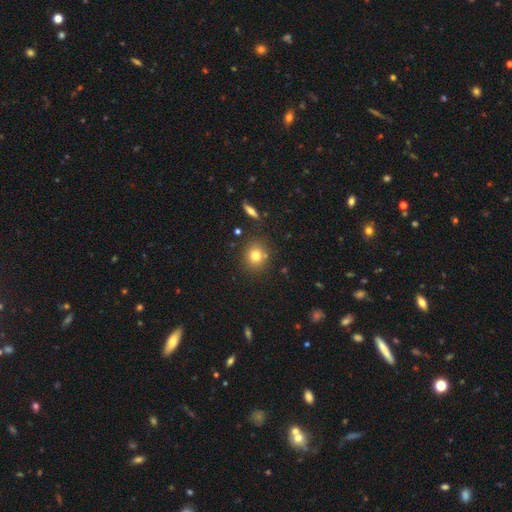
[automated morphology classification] This appears to be a smooth galaxy with no disk features (77%) that is round (82%). Merging: none (82%).